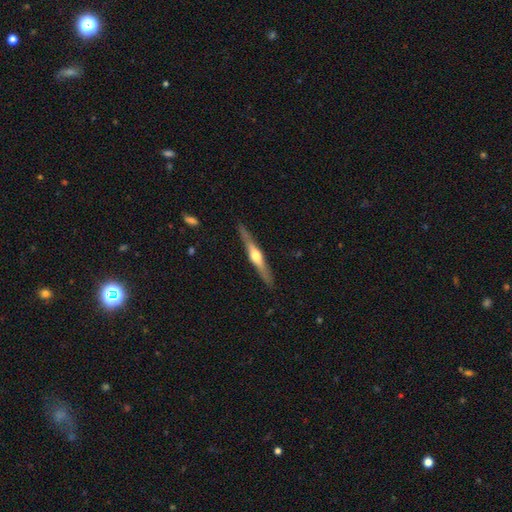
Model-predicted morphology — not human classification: The model was most divided on "smooth or featured": featured or disk: 74%, smooth: 21%, star or artifact: 5%. More confident: edge-on disk — yes (98%); edge-on bulge — rounded (92%); merging — none (90%).